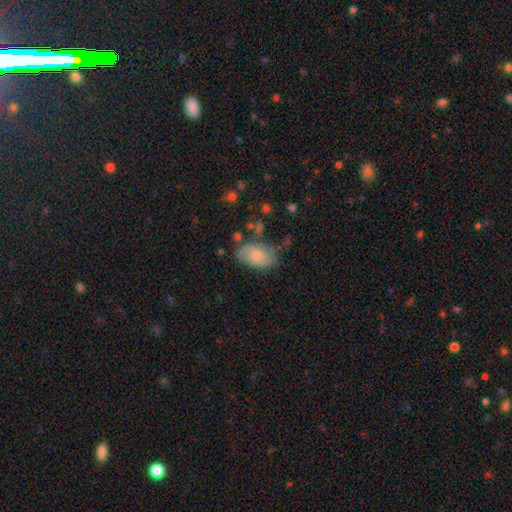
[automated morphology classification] Smooth or featured? smooth (65%)
How rounded? in between (91%)
Merging? none (60%)